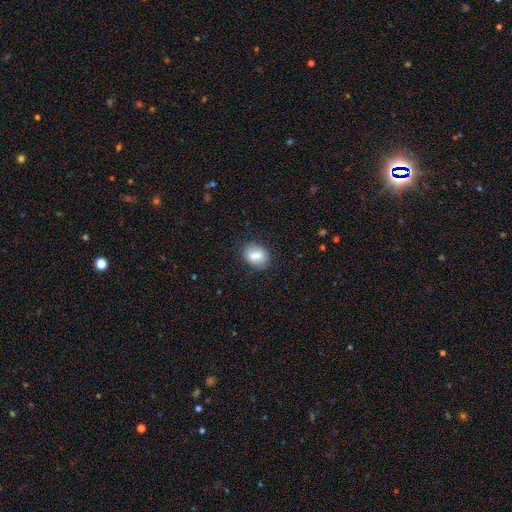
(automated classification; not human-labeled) Morphology: type=smooth (77%); roundness=in between (55%); merging=none (81%).